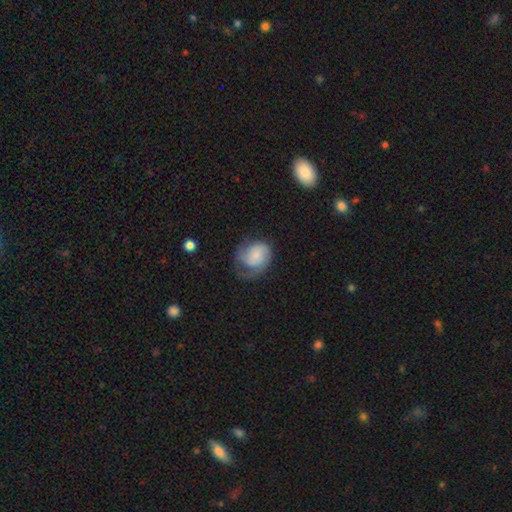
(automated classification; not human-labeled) Smooth or featured? featured or disk (48%)
Merging? none (37%)